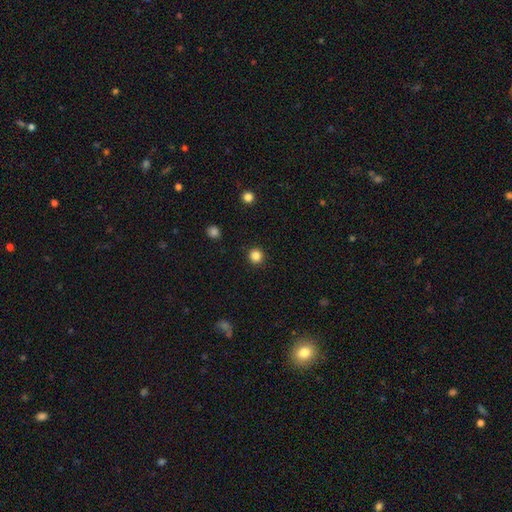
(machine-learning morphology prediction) Smooth or featured?
  - smooth: 85% *
  - star or artifact: 12%
  - featured or disk: 3%
How rounded?
  - round: 95% *
  - in between: 4%
  - cigar-shaped: 1%
Merging?
  - none: 92% *
  - minor disturbance: 5%
  - major disturbance: 2%
  - merger: 1%